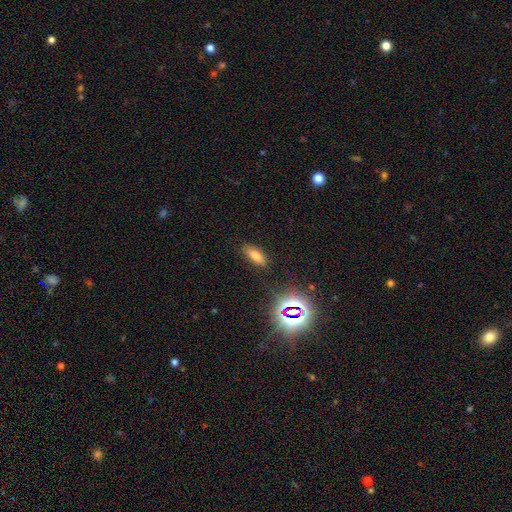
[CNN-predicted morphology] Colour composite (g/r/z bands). It shows a smooth galaxy with no disk features (72%) that is in between round and cigar-shaped (74%). Merging: none (86%).